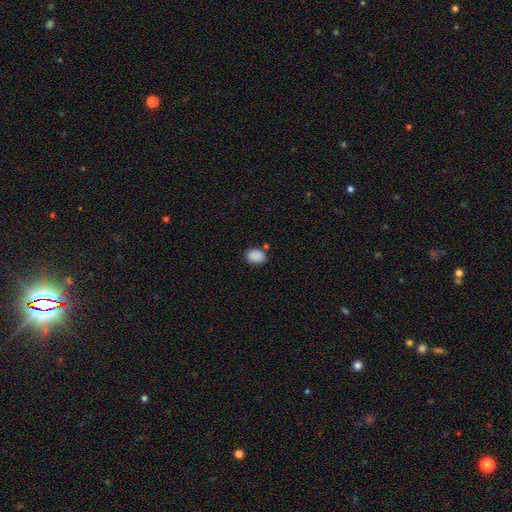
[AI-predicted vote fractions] Q: Smooth or featured?
A: smooth (89%); runner-up: star or artifact (8%)
Q: How rounded?
A: in between (69%); runner-up: round (30%)
Q: Merging?
A: none (78%); runner-up: minor disturbance (13%)